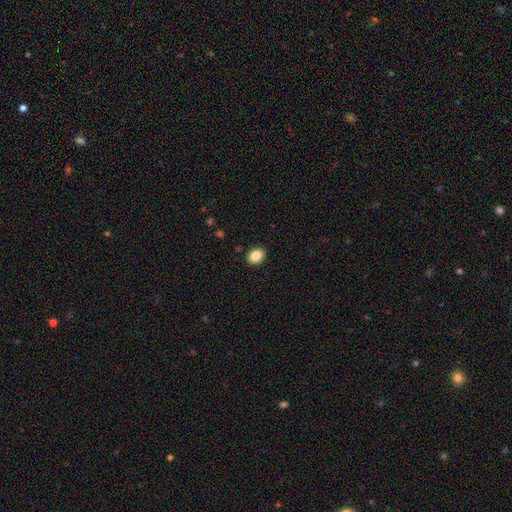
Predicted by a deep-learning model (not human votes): Smooth or featured? Predicted: smooth (p=0.86). How rounded? Predicted: in between (p=0.60). Merging? Predicted: none (p=0.90).